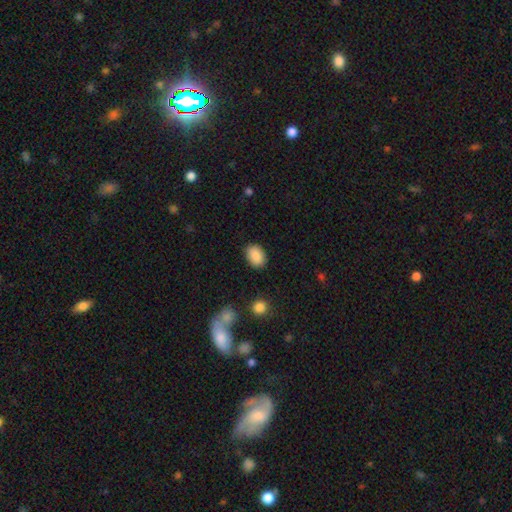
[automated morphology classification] A smooth galaxy with no disk features (87%) that is in between round and cigar-shaped (74%).

Vote fractions:
- Smooth or featured? smooth: 87% / star or artifact: 7% / featured or disk: 5%
- How rounded? in between: 74% / round: 25% / cigar-shaped: 1%
- Merging? none: 86% / minor disturbance: 10% / major disturbance: 2% / merger: 1%